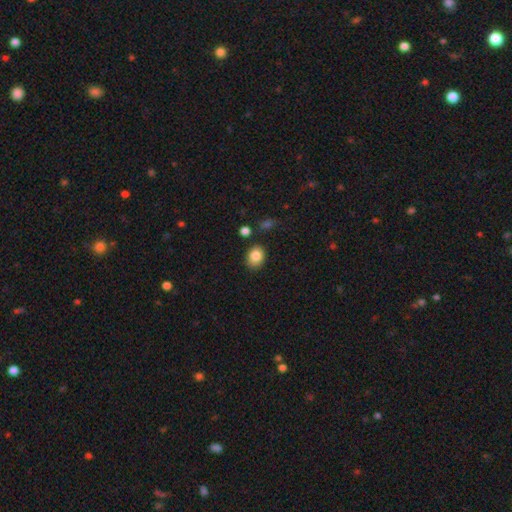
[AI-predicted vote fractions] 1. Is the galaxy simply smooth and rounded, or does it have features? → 85% smooth, 9% star or artifact, 6% featured or disk.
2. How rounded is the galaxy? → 52% in between, 47% round, 1% cigar-shaped.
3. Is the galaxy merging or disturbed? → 81% none, 12% minor disturbance, 4% merger, 3% major disturbance.